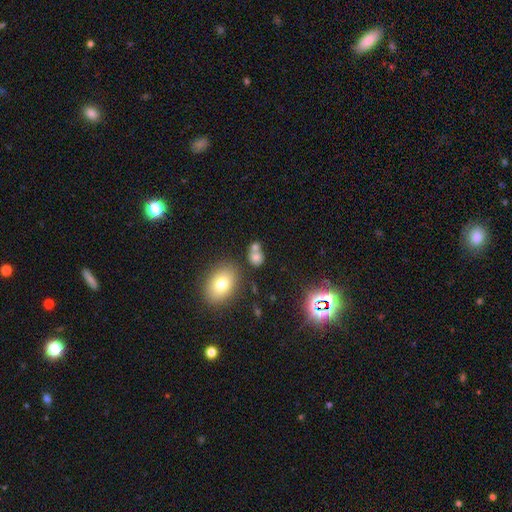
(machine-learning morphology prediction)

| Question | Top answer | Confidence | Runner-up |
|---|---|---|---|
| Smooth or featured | smooth | 73% | star or artifact (16%) |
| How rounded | round | 59% | in between (39%) |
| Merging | none | 48% | merger (36%) |